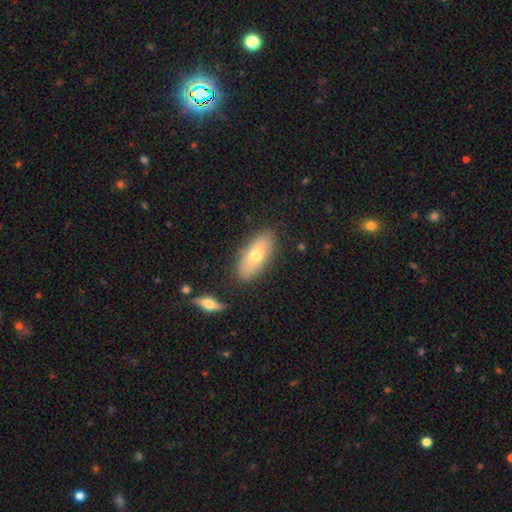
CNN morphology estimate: A smooth galaxy with no disk features (63%) that is in between round and cigar-shaped (81%). Merging: none (82%).